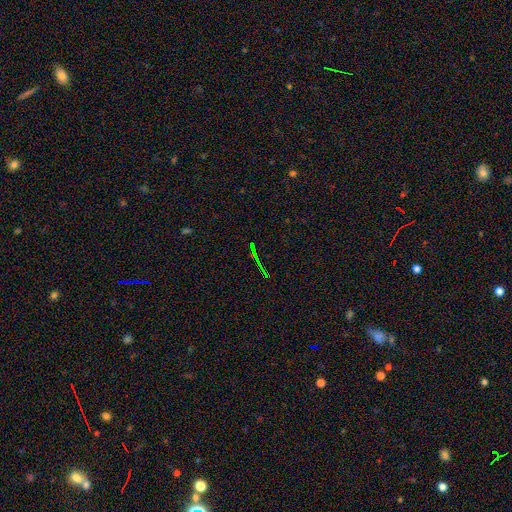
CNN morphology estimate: type=star or artifact (72%).